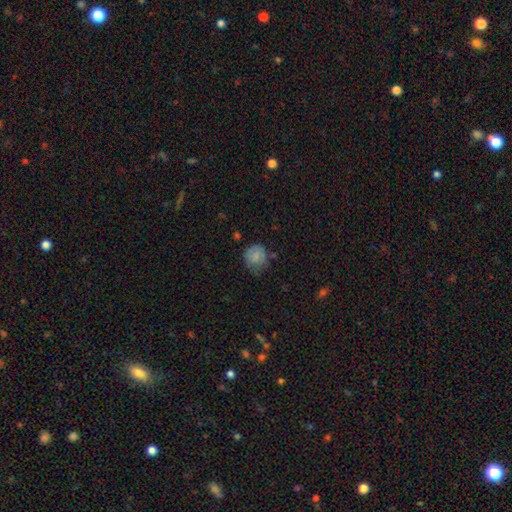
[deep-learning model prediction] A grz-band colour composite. It shows a smooth galaxy with no disk features (75%) that is round (80%). Merging: none (59%).